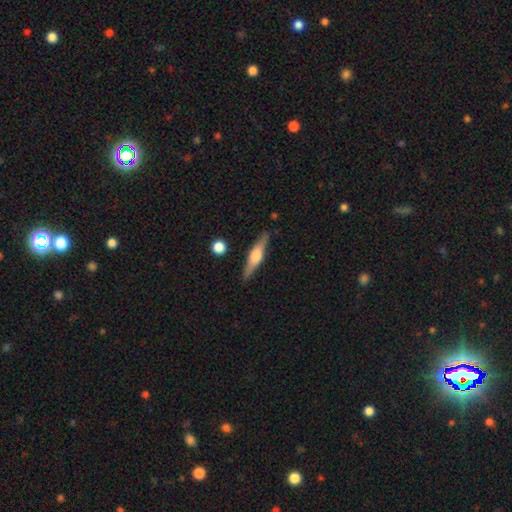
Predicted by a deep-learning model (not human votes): Smooth or featured? featured or disk (63%)
Edge-on disk? yes (96%)
Edge-on bulge? rounded (86%)
Merging? none (88%)